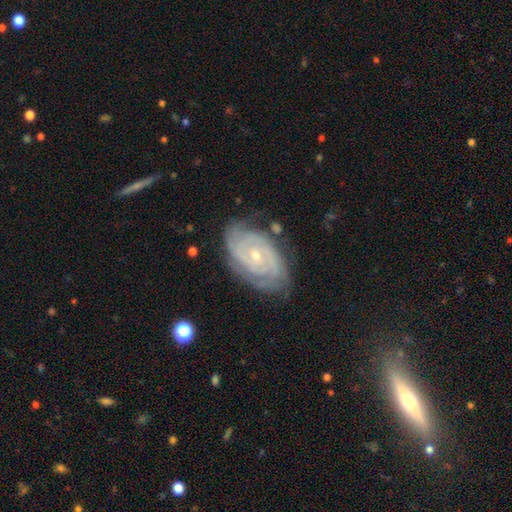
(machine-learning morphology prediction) smooth-or-featured: featured or disk: 88% | smooth: 7% | star or artifact: 6%
  disk-edge-on: no: 96% | yes: 4%
    bar: no: 67% | weak: 26% | strong: 7%
    has-spiral-arms: yes: 97% | no: 3%
      spiral-winding: tight: 77% | medium: 20% | loose: 4%
      spiral-arm-count: 2: 36% | can't tell: 23% | 3: 20% | 4: 11% | more than 4: 5% | 1: 5%
    bulge-size: small: 74% | moderate: 23% | none: 1% | large: 1% | dominant: 1%
  merging: none: 74% | minor disturbance: 18% | major disturbance: 5% | merger: 2%